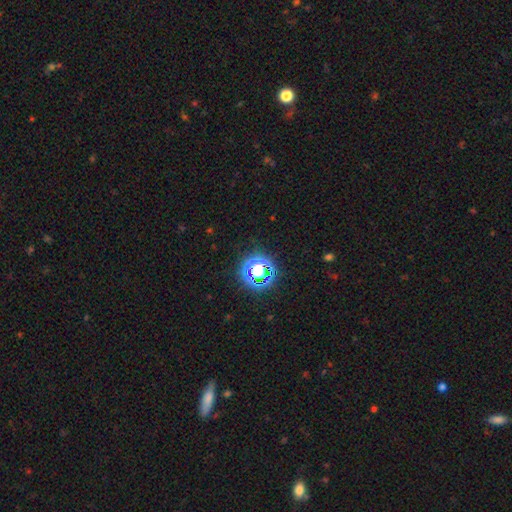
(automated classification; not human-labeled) The model was most divided on "smooth or featured": star or artifact: 75%, smooth: 18%, featured or disk: 7%.